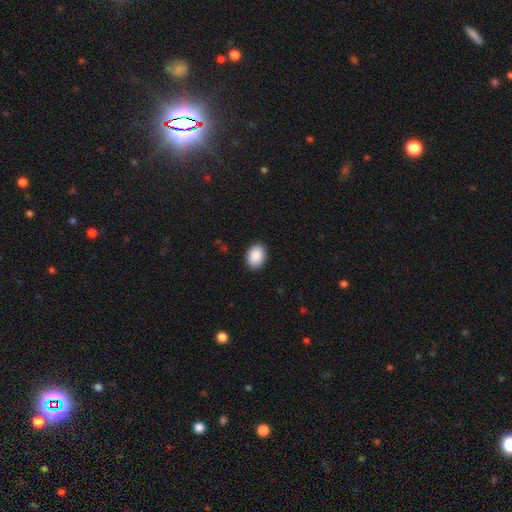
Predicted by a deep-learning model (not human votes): This appears to be a smooth galaxy with no disk features (91%) that is in between round and cigar-shaped (74%). Merging: none (90%).